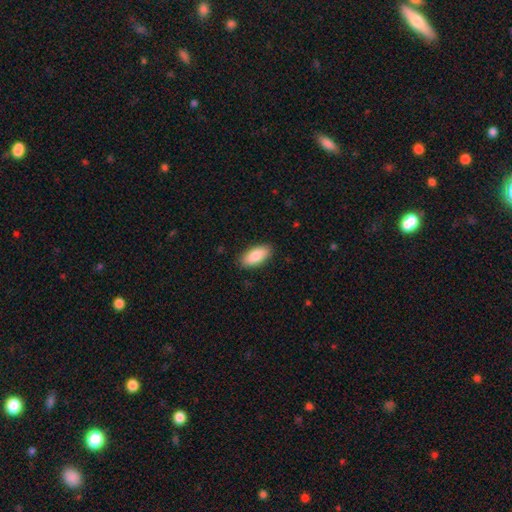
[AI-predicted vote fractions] smooth 86%, featured or disk 8%, star or artifact 6%. Down the decision tree: how rounded — in between (90%); merging — none (87%).